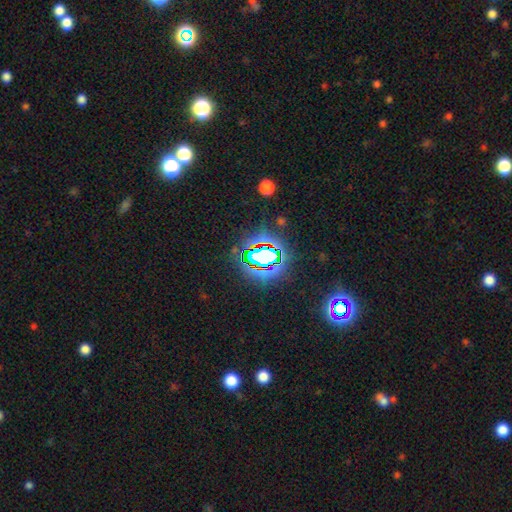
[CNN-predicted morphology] The model was most divided on "smooth or featured": star or artifact: 80%, smooth: 12%, featured or disk: 8%.